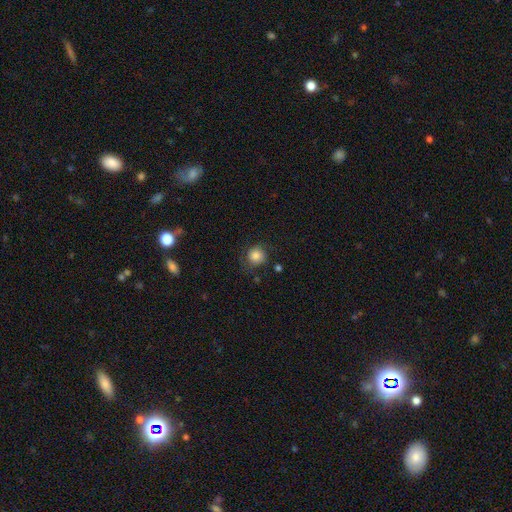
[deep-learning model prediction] Q: Smooth or featured?
A: smooth (78%); runner-up: featured or disk (12%)
Q: How rounded?
A: round (86%); runner-up: in between (13%)
Q: Merging?
A: none (69%); runner-up: minor disturbance (20%)